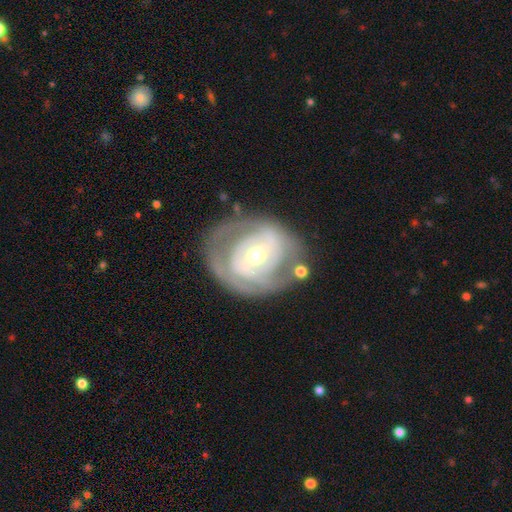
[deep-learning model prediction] Overall: featured or disk (78%). Edge-on disk: no (96%). Bar: no (45%; weak 37%). Spiral arms: yes (75%). Spiral arm count: 2 (39%; can't tell 38%). Spiral winding: tight (65%; medium 26%). Bulge size: moderate (52%; small 42%). Merging: none (62%).